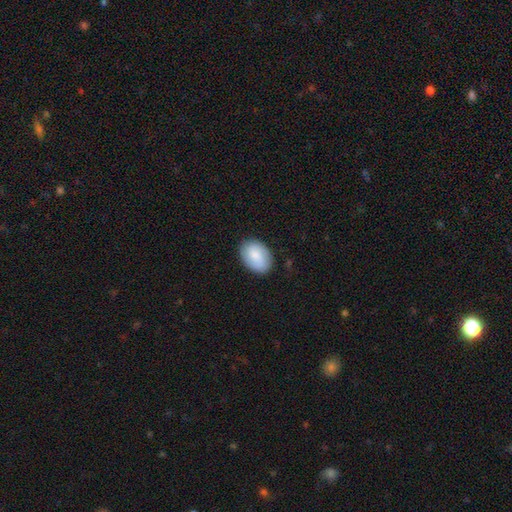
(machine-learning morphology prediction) smooth 80%, featured or disk 14%, star or artifact 6%. Down the decision tree: how rounded — in between (84%); merging — none (85%).